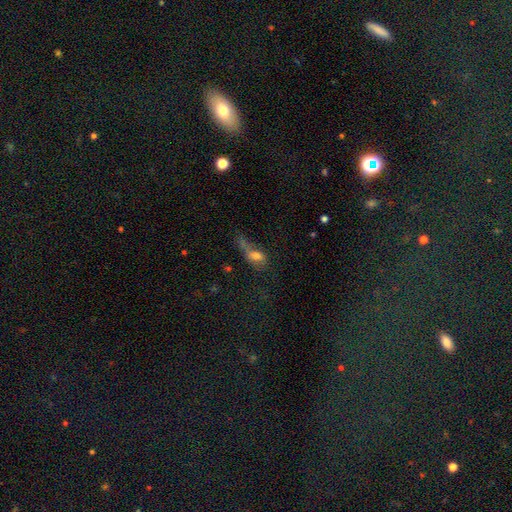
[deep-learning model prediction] smooth-or-featured: smooth: 61% | featured or disk: 27% | star or artifact: 12%
  how-rounded: in between: 76% | round: 15% | cigar-shaped: 10%
  merging: major disturbance: 41% | none: 21% | merger: 19% | minor disturbance: 19%